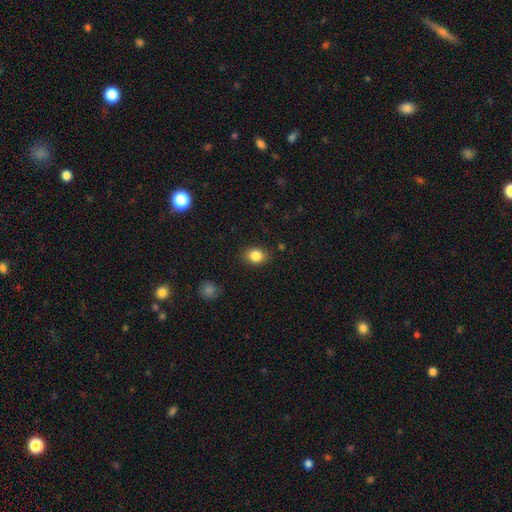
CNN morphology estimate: smooth-or-featured: smooth: 85% | star or artifact: 9% | featured or disk: 5%
  how-rounded: in between: 58% | round: 41% | cigar-shaped: 1%
  merging: none: 86% | minor disturbance: 10% | major disturbance: 3% | merger: 1%